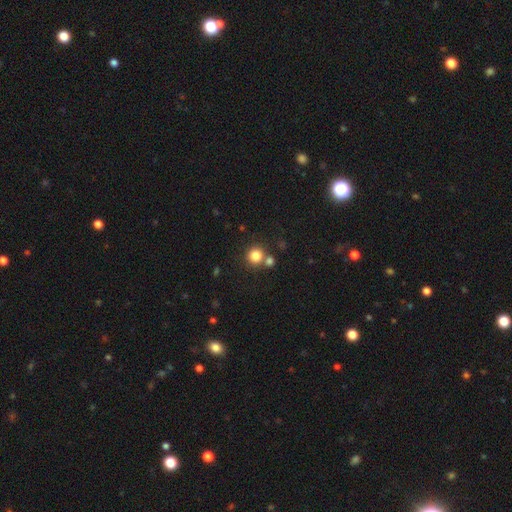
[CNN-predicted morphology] The model was most divided on "merging": none: 70%, merger: 20%, minor disturbance: 7%, major disturbance: 3%. More confident: how rounded — round (92%); smooth or featured — smooth (82%).